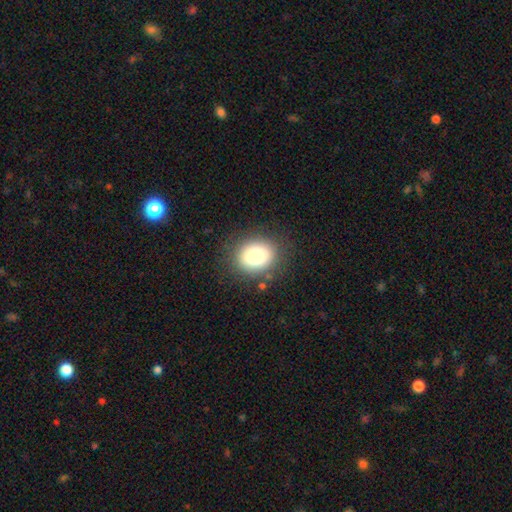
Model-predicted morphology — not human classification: type=smooth (80%); roundness=round (57%); merging=none (84%).